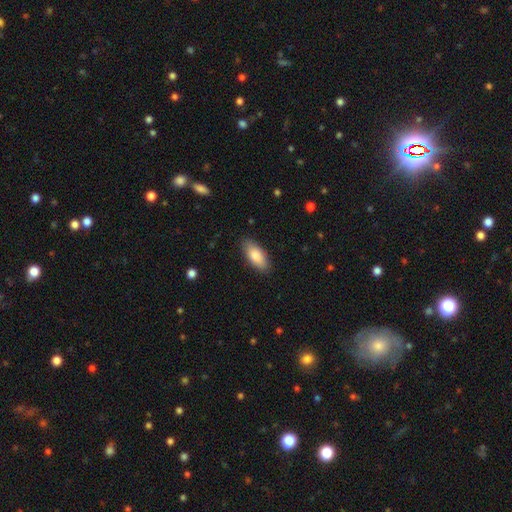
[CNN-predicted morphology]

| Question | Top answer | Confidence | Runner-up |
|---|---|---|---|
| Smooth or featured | smooth | 85% | featured or disk (9%) |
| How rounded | in between | 85% | cigar-shaped (13%) |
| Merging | none | 86% | minor disturbance (11%) |